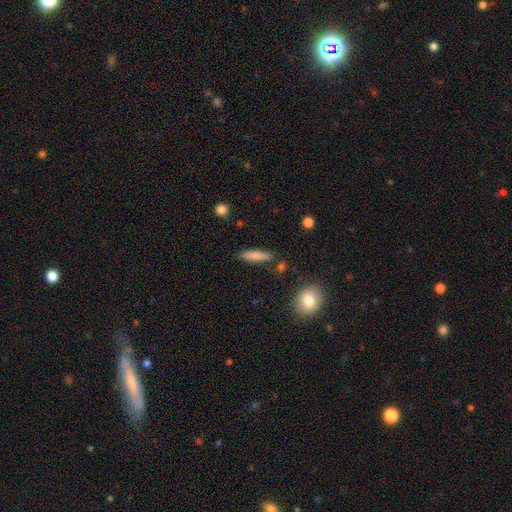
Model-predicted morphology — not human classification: Smooth or featured?
  - smooth: 78% *
  - featured or disk: 15%
  - star or artifact: 7%
How rounded?
  - cigar-shaped: 76% *
  - in between: 22%
  - round: 2%
Merging?
  - none: 83% *
  - minor disturbance: 11%
  - merger: 4%
  - major disturbance: 3%